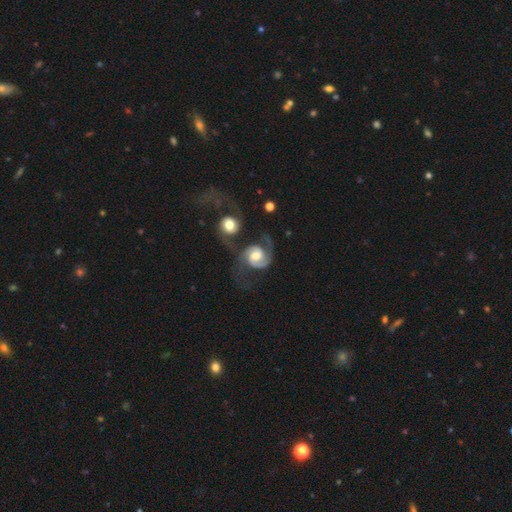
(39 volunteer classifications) Overall: featured or disk (85%). Edge-on disk: no (100%). Bar: weak (48%; no 45%). Spiral arms: yes (97%). Spiral arm count: 2 (91%). Spiral winding: medium (56%; loose 28%). Bulge size: moderate (61%; small 21%). Merging: none (38%; major disturbance 30%).